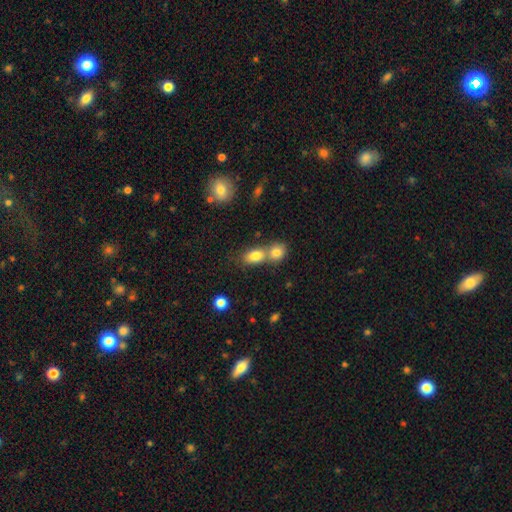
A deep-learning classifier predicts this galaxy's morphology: Q: Smooth or featured?
A: smooth (81%); runner-up: featured or disk (10%)
Q: How rounded?
A: in between (78%); runner-up: round (20%)
Q: Merging?
A: merger (55%); runner-up: none (34%)